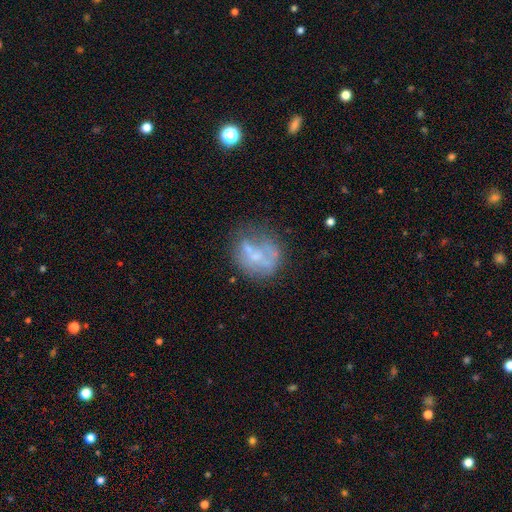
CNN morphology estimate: featured or disk 52%, smooth 37%, star or artifact 11%. Down the decision tree: edge-on disk — no (97%); bar — no (80%); spiral arms — no (84%); bulge size — small (39%); merging — none (44%).